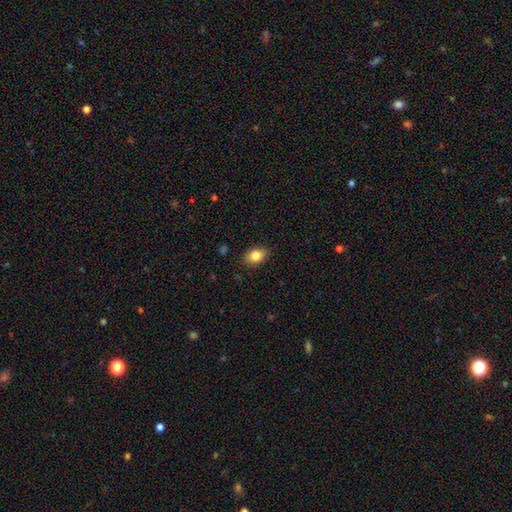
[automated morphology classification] type=smooth (84%); roundness=in between (76%); merging=none (86%).